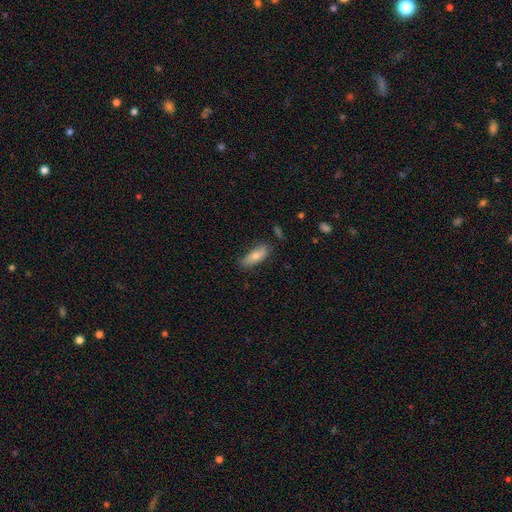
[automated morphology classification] The model was most divided on "how rounded": in between: 62%, cigar-shaped: 35%, round: 3%. More confident: merging — none (75%); smooth or featured — smooth (68%).